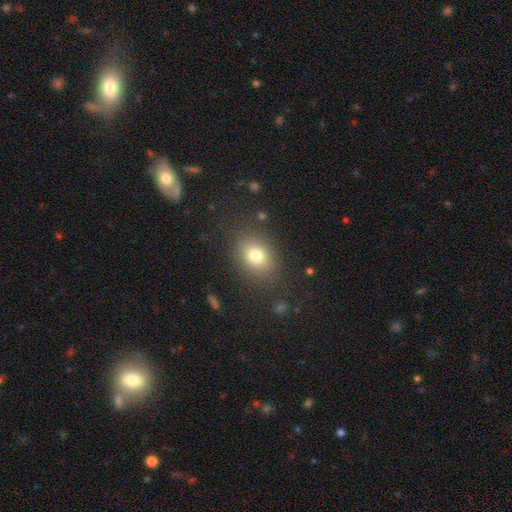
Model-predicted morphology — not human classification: Q: Smooth or featured?
A: smooth (77%); runner-up: star or artifact (12%)
Q: How rounded?
A: in between (54%); runner-up: round (45%)
Q: Merging?
A: none (83%); runner-up: minor disturbance (10%)